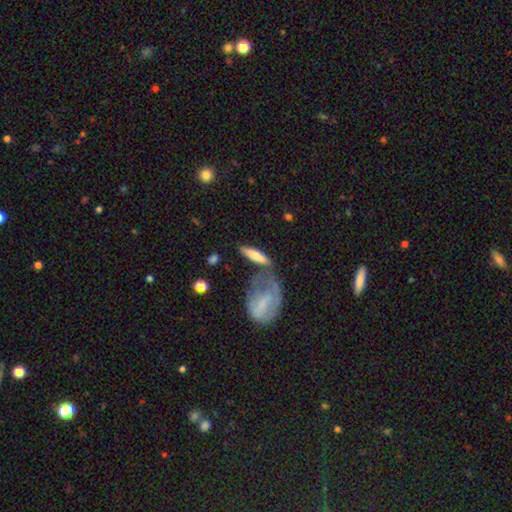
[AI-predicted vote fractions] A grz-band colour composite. It shows a smooth galaxy with no disk features (64%) that is cigar-shaped (66%). Merging: none (52%).